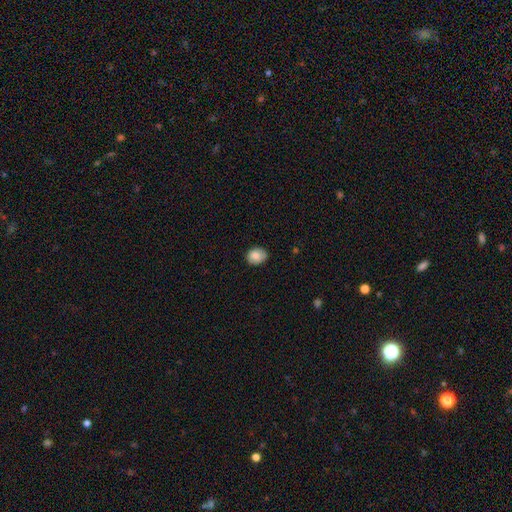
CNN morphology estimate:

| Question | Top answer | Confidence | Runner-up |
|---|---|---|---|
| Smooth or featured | smooth | 84% | star or artifact (8%) |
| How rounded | round | 53% | in between (46%) |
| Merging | none | 78% | minor disturbance (18%) |